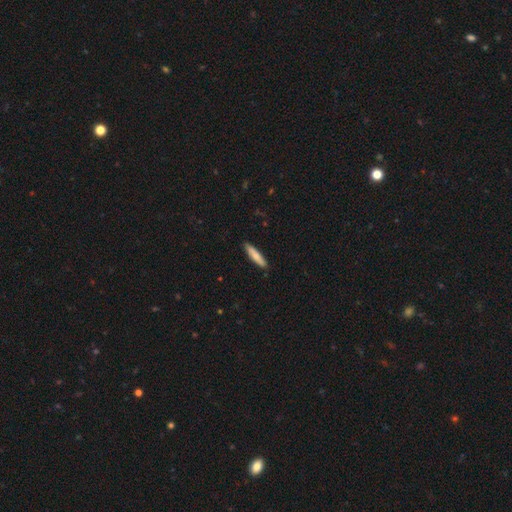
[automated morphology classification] type=smooth (77%); roundness=cigar-shaped (85%); merging=none (89%).